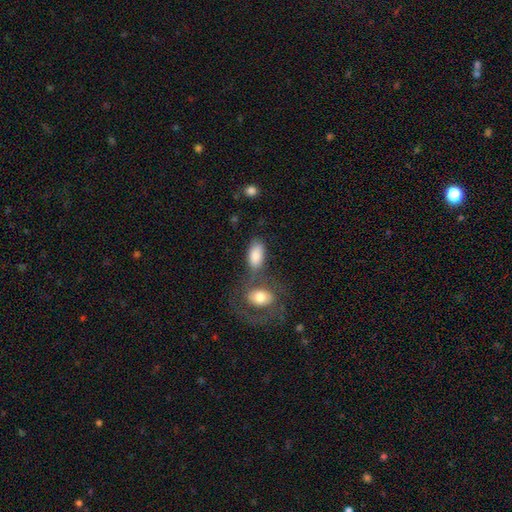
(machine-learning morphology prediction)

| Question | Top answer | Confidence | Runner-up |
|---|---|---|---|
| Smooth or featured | smooth | 82% | featured or disk (11%) |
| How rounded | in between | 91% | round (5%) |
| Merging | none | 47% | merger (30%) |